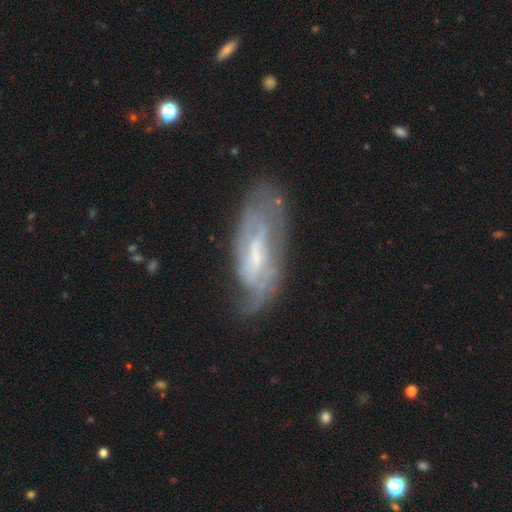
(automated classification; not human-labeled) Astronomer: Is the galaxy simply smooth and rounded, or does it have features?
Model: featured or disk — 72%.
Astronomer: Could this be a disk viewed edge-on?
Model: no — 85%.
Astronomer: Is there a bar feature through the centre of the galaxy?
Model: weak — 44% (runner-up: no, 34%).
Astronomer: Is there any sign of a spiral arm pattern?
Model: yes — 76%.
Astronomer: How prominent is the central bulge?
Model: small — 46% (runner-up: moderate, 31%).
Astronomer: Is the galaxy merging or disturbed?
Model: none — 60%.